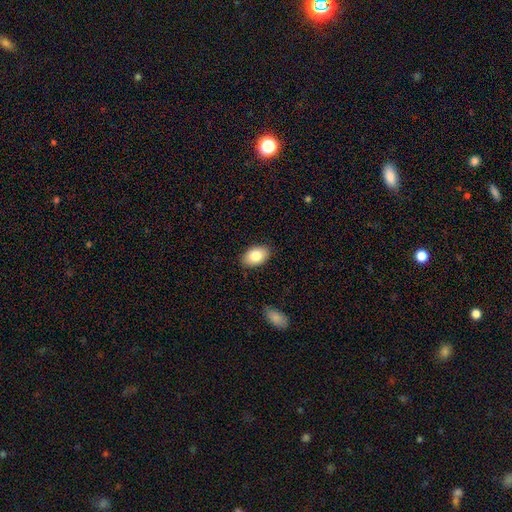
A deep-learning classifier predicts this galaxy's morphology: Smooth or featured?
  - smooth: 84% *
  - featured or disk: 9%
  - star or artifact: 7%
How rounded?
  - in between: 90% *
  - round: 9%
  - cigar-shaped: 1%
Merging?
  - none: 87% *
  - minor disturbance: 10%
  - major disturbance: 2%
  - merger: 1%